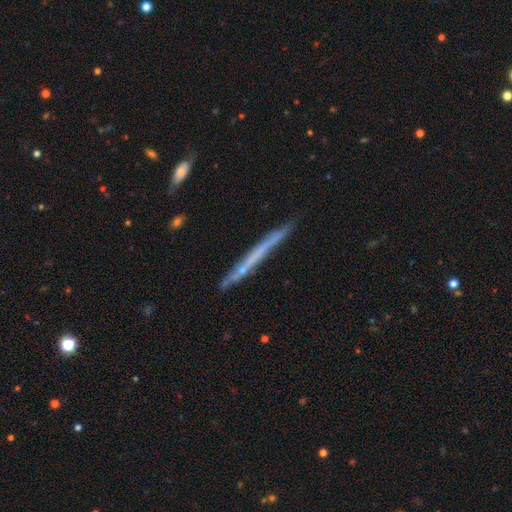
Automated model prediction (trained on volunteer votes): This is possibly a featured or disk galaxy (52%). It is clearly viewed edge-on (95%). Merging: clearly none (83%).